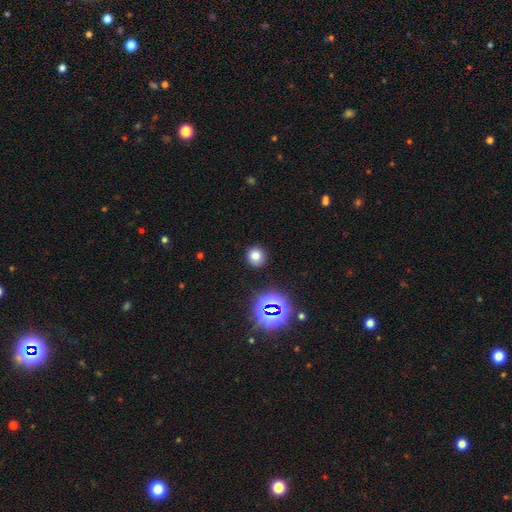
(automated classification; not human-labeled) Q: Smooth or featured?
A: smooth (73%); runner-up: star or artifact (19%)
Q: How rounded?
A: round (88%); runner-up: in between (11%)
Q: Merging?
A: none (90%); runner-up: minor disturbance (7%)